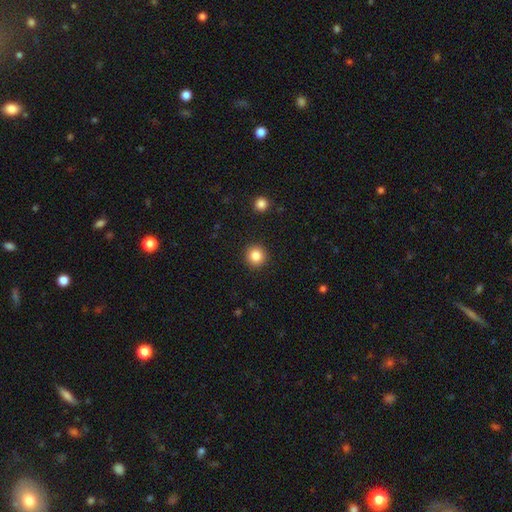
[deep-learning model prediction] This appears to be a smooth galaxy with no disk features (84%) that is round (95%). Merging: none (92%).